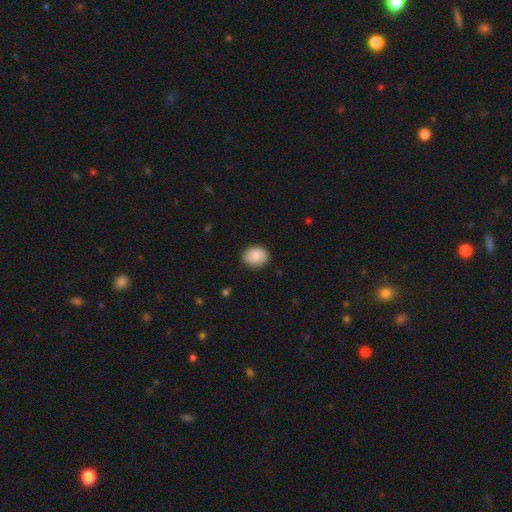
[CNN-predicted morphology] Smooth or featured? Predicted: smooth (p=0.84). How rounded? Predicted: in between (p=0.55). Merging? Predicted: none (p=0.86).